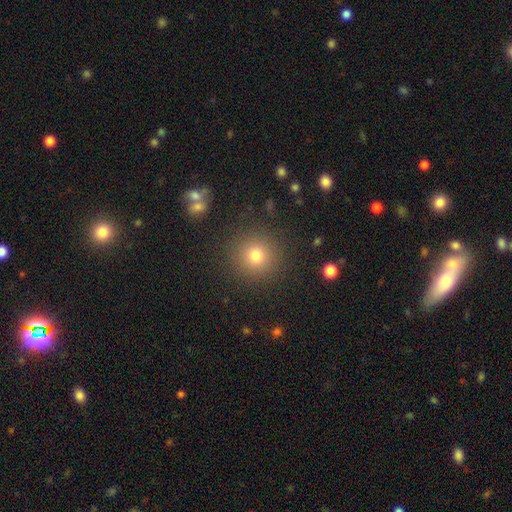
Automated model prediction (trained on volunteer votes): Overall: smooth (76%). How rounded: round (94%). Merging: none (89%).